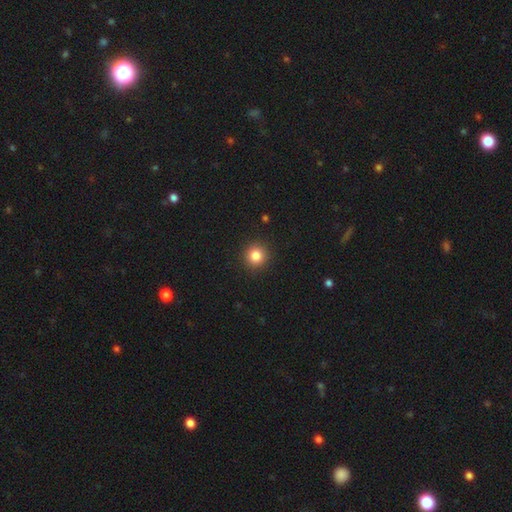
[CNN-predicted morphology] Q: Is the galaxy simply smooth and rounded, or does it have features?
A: smooth — 84%.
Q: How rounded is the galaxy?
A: round — 93%.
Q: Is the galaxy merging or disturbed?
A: none — 92%.